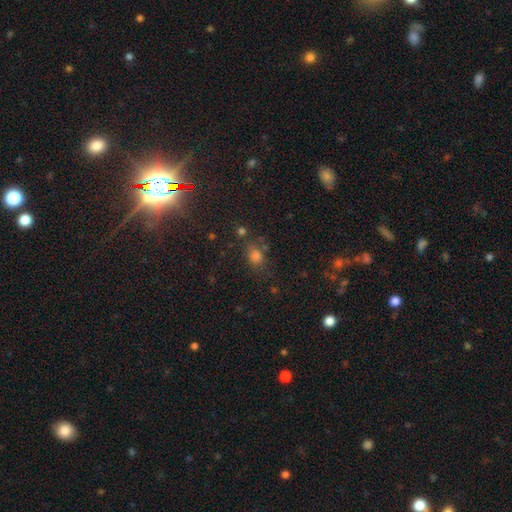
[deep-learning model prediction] The model was most divided on "how rounded": round: 55%, in between: 43%, cigar-shaped: 2%. More confident: merging — none (72%); smooth or featured — smooth (60%).